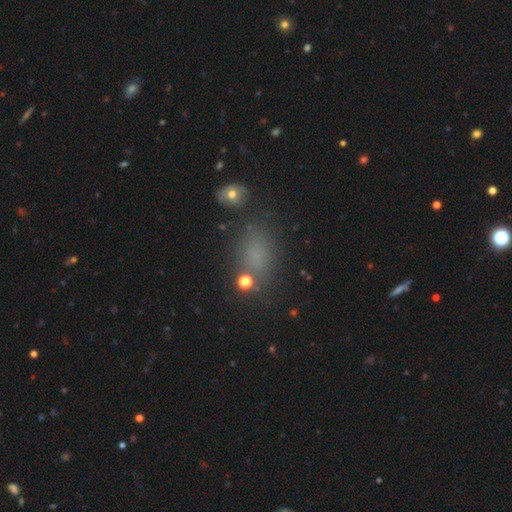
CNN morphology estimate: The model was most divided on "smooth or featured": smooth: 66%, star or artifact: 26%, featured or disk: 8%. More confident: how rounded — in between (76%); merging — none (72%).